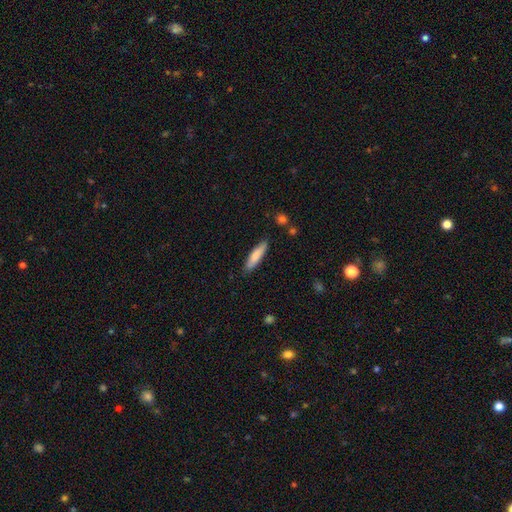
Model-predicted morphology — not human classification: smooth_or_featured: smooth (p=0.81) [alt: featured or disk p=0.13]
how_rounded: cigar-shaped (p=0.78) [alt: in between p=0.20]
merging: none (p=0.84) [alt: minor disturbance p=0.12]